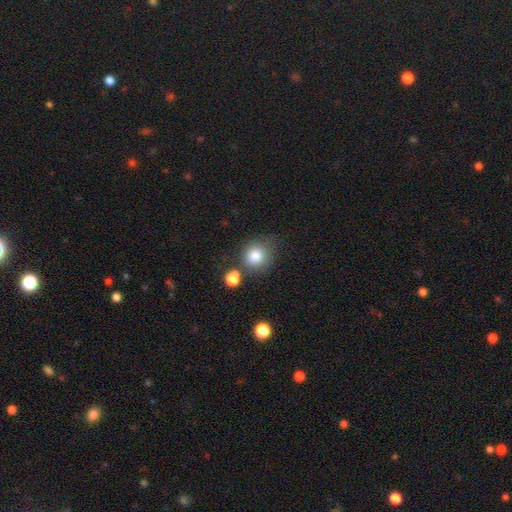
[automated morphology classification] type=smooth (81%); roundness=round (84%); merging=none (65%).